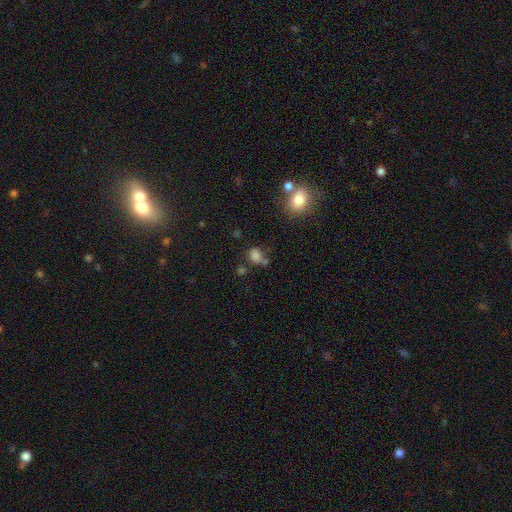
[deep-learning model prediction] Smooth or featured? Predicted: smooth (p=0.77). How rounded? Predicted: in between (p=0.53). Merging? Predicted: none (p=0.57).